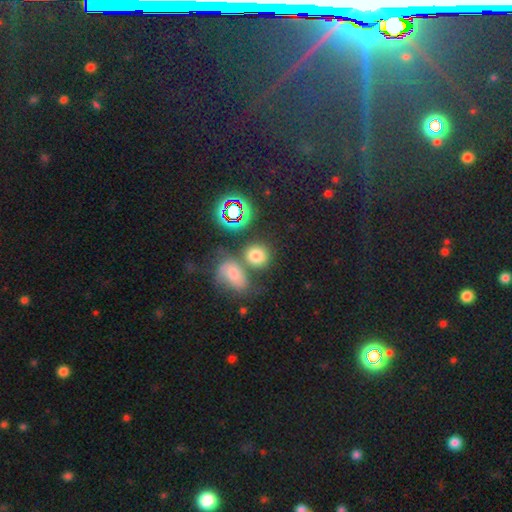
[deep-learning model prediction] smooth_or_featured: smooth (p=0.70) [alt: star or artifact p=0.20]
how_rounded: round (p=0.71) [alt: in between p=0.28]
merging: none (p=0.56) [alt: merger p=0.27]